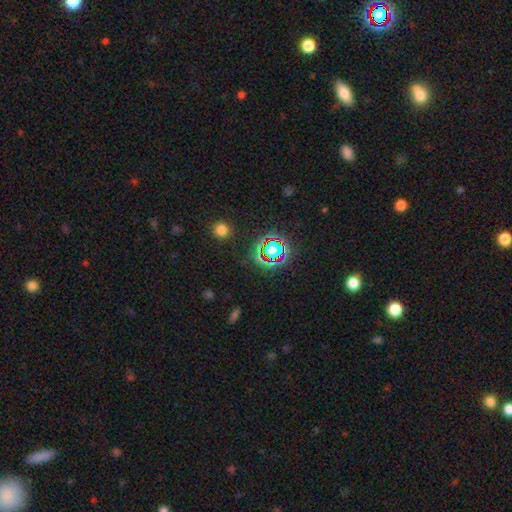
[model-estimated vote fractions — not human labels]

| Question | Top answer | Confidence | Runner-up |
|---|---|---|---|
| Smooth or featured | star or artifact | 67% | smooth (25%) |